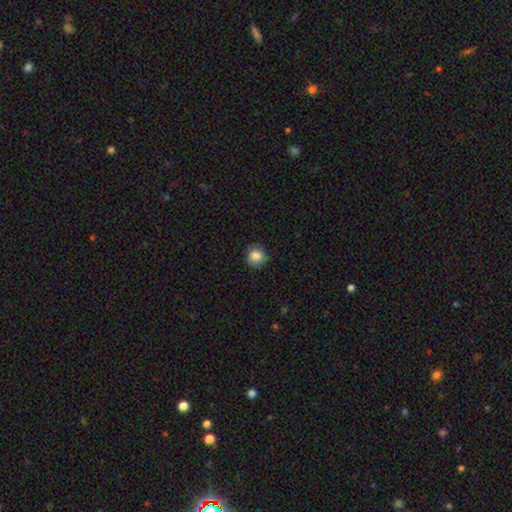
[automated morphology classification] A smooth galaxy with no disk features (85%) that is round (87%).

Vote fractions:
- Smooth or featured? smooth: 85% / star or artifact: 9% / featured or disk: 6%
- How rounded? round: 87% / in between: 13% / cigar-shaped: 1%
- Merging? none: 83% / minor disturbance: 13% / major disturbance: 3% / merger: 1%